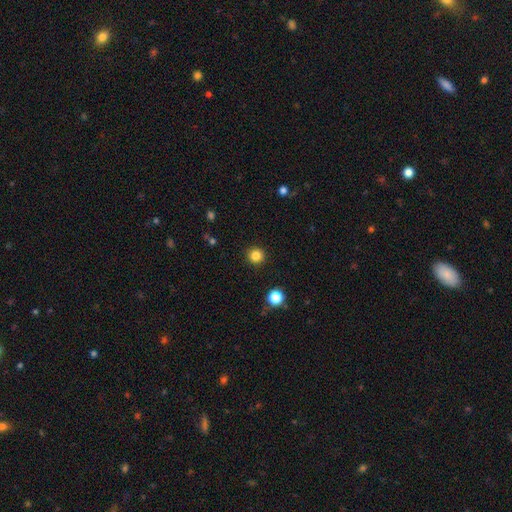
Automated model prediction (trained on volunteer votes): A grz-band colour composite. It shows a smooth galaxy with no disk features (83%) that is round (95%). Merging: none (92%).